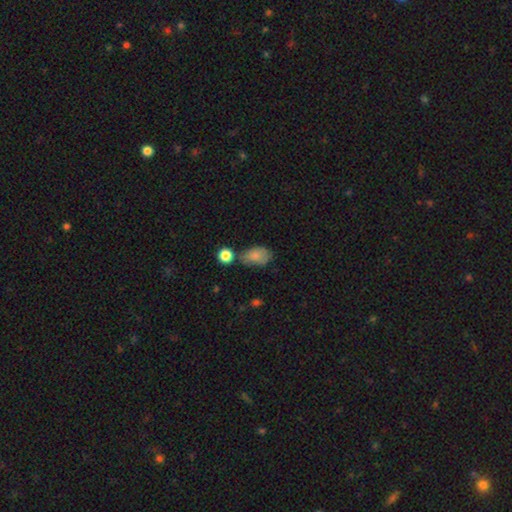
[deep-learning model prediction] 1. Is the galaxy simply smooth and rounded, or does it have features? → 80% smooth, 11% featured or disk, 9% star or artifact.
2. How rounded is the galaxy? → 87% in between, 12% round, 2% cigar-shaped.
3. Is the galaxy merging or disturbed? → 49% none, 29% minor disturbance, 11% merger, 10% major disturbance.